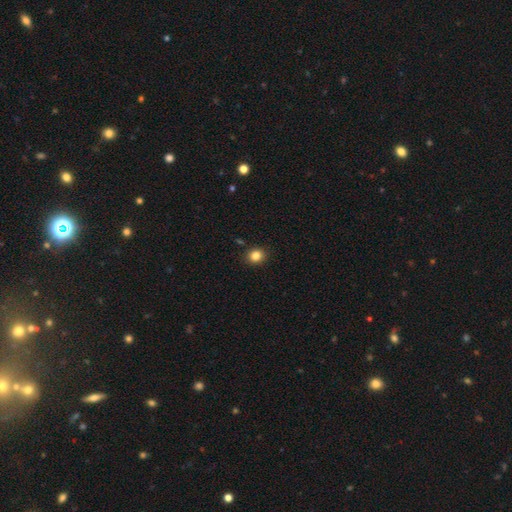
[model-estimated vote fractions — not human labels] The model was most divided on "how rounded": round: 72%, in between: 27%, cigar-shaped: 1%. More confident: merging — none (89%); smooth or featured — smooth (84%).